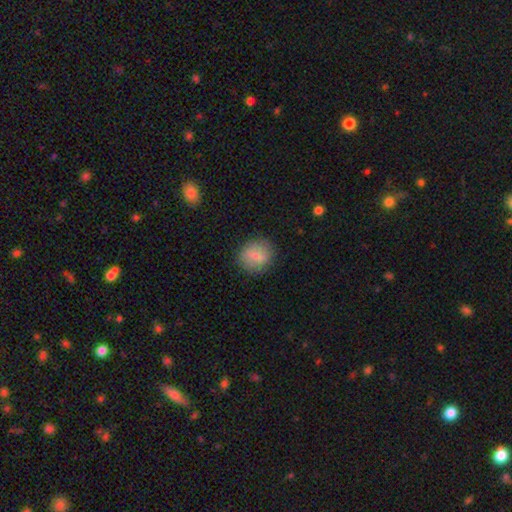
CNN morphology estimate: Q: Smooth or featured?
A: smooth (71%); runner-up: featured or disk (21%)
Q: How rounded?
A: round (66%); runner-up: in between (32%)
Q: Merging?
A: none (80%); runner-up: minor disturbance (14%)